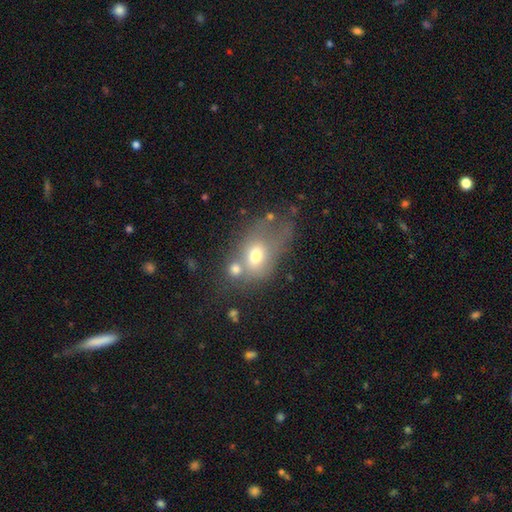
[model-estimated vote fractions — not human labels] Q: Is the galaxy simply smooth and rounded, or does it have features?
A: smooth — 63%.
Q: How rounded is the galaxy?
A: in between — 72%.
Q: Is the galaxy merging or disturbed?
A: merger — 37%.